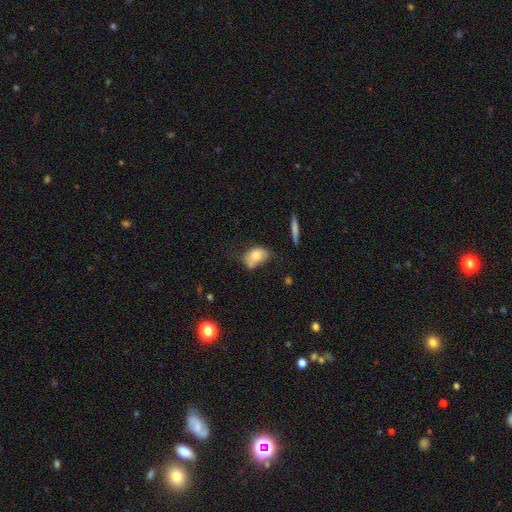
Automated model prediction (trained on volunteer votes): smooth-or-featured: smooth: 72% | featured or disk: 20% | star or artifact: 8%
  how-rounded: in between: 83% | round: 15% | cigar-shaped: 2%
  merging: none: 41% | minor disturbance: 36% | major disturbance: 15% | merger: 9%